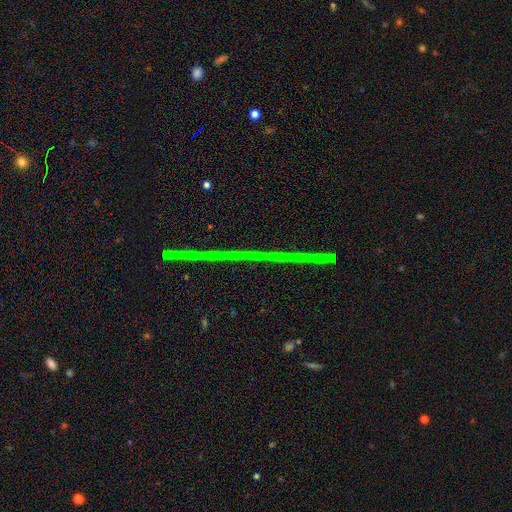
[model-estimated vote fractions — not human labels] A star or artifact, not a galaxy (66%).